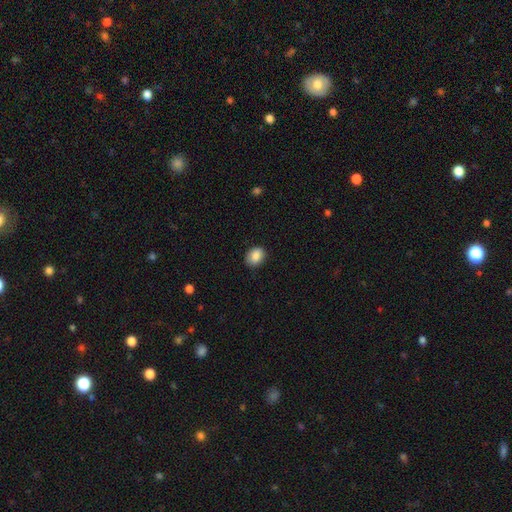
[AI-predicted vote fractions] smooth_or_featured: smooth (p=0.87) [alt: star or artifact p=0.08]
how_rounded: in between (p=0.58) [alt: round p=0.41]
merging: none (p=0.82) [alt: minor disturbance p=0.14]